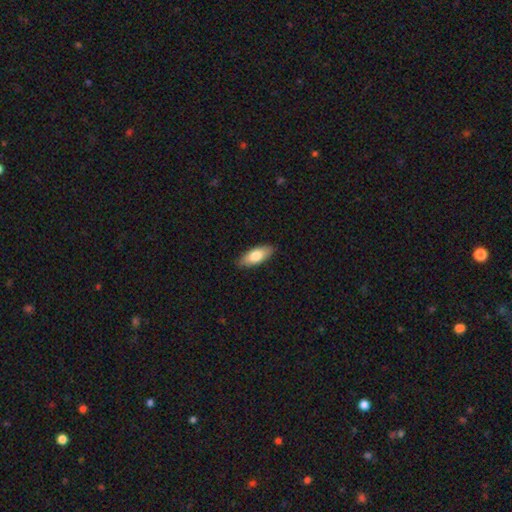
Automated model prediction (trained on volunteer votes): smooth-or-featured: smooth: 77% | featured or disk: 18% | star or artifact: 6%
  how-rounded: in between: 81% | cigar-shaped: 17% | round: 2%
  merging: none: 87% | minor disturbance: 10% | major disturbance: 2% | merger: 1%